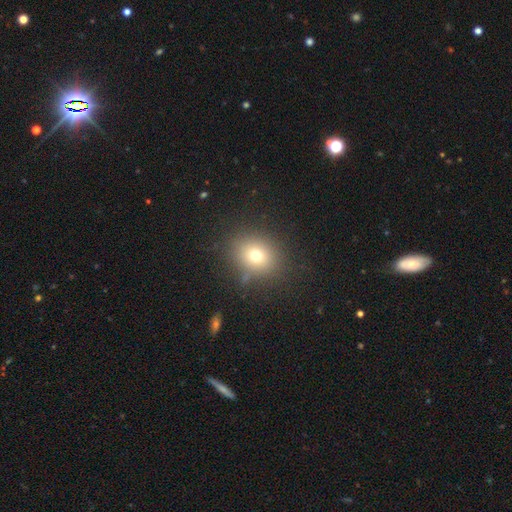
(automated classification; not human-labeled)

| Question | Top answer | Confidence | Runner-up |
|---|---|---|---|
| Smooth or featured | smooth | 71% | star or artifact (17%) |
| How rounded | round | 68% | in between (32%) |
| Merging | none | 82% | minor disturbance (10%) |